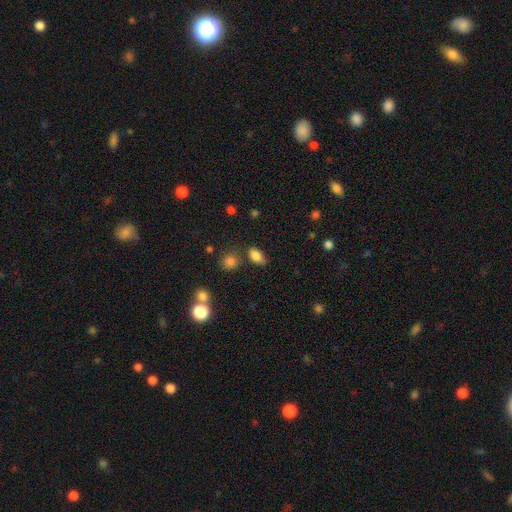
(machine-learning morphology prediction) Smooth or featured? Predicted: smooth (p=0.83). How rounded? Predicted: in between (p=0.85). Merging? Predicted: none (p=0.67).